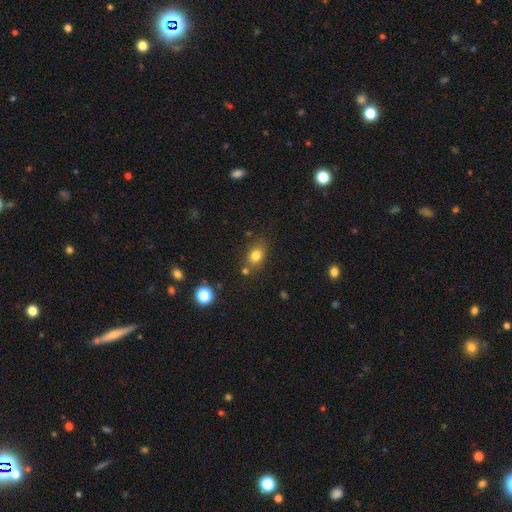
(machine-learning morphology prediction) This is likely a smooth galaxy (79%). How rounded: likely in between (60%). Merging: likely none (71%).